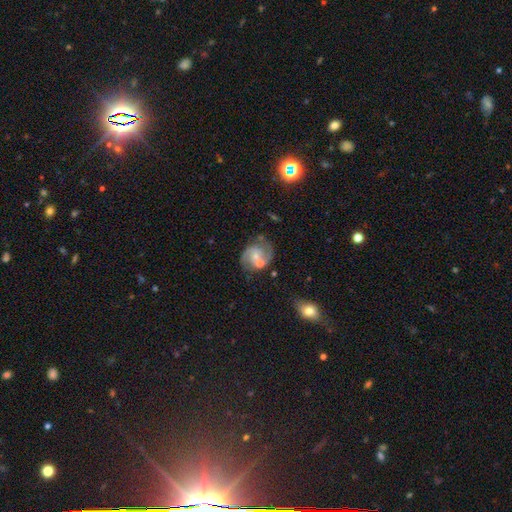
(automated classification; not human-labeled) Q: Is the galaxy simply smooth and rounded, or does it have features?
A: featured or disk — 81%.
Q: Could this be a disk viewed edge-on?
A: no — 98%.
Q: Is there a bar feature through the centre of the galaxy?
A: no — 65%.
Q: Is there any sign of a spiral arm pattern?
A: yes — 95%.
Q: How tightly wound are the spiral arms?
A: medium — 53%.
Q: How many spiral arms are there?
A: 2 — 88%.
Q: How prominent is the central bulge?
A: small — 56%.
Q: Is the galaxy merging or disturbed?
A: none — 59%.